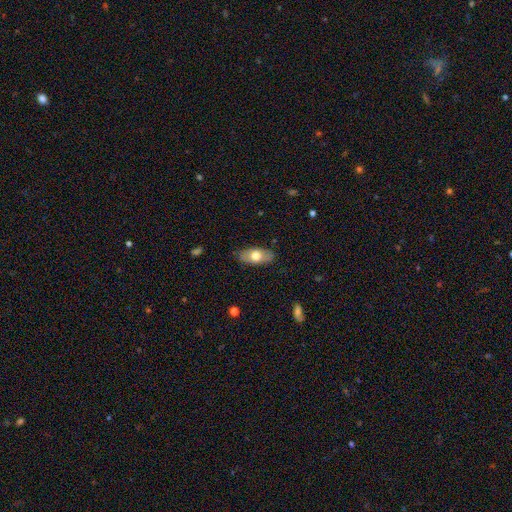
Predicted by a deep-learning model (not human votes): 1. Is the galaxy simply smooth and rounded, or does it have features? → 64% smooth, 31% featured or disk, 6% star or artifact.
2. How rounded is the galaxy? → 89% in between, 7% cigar-shaped, 4% round.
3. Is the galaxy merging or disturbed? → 84% none, 12% minor disturbance, 3% major disturbance, 1% merger.